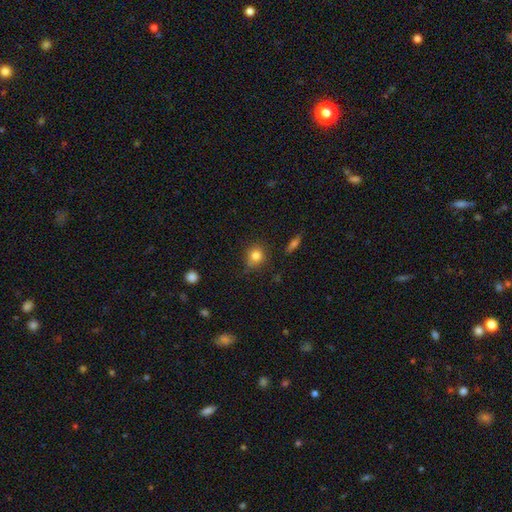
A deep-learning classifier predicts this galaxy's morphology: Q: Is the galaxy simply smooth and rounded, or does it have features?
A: smooth — 81%.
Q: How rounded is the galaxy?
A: round — 84%.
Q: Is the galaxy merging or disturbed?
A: none — 75%.